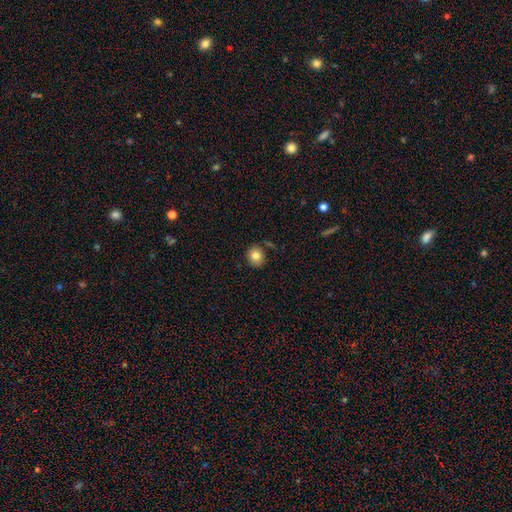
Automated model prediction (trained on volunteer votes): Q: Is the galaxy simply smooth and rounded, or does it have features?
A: smooth — 80%.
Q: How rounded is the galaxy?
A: round — 78%.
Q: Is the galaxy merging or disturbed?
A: none — 83%.